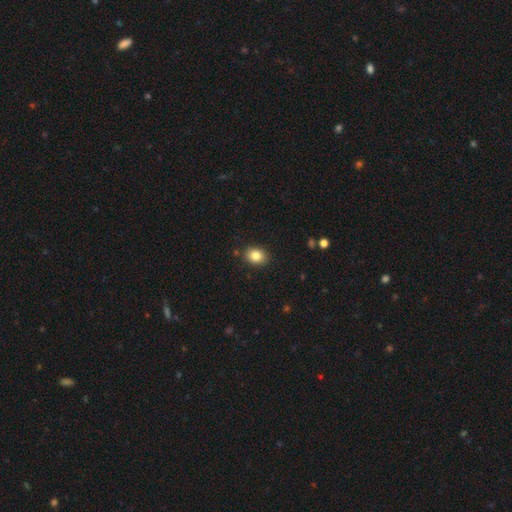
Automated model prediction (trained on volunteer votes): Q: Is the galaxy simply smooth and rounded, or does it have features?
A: smooth — 83%.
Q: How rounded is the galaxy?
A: in between — 58%.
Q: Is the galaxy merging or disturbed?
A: none — 88%.